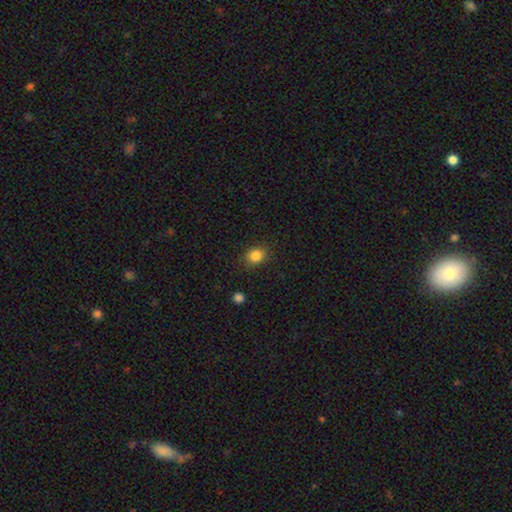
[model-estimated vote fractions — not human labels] smooth-or-featured: smooth: 85% | star or artifact: 11% | featured or disk: 5%
  how-rounded: round: 60% | in between: 39% | cigar-shaped: 1%
  merging: none: 86% | minor disturbance: 10% | major disturbance: 3% | merger: 1%